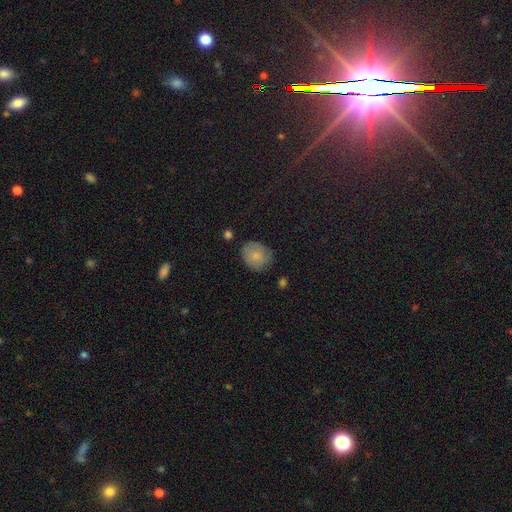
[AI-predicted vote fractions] A smooth galaxy with no disk features (78%) that is round (62%).

Vote fractions:
- Smooth or featured? smooth: 78% / featured or disk: 14% / star or artifact: 8%
- How rounded? round: 62% / in between: 37% / cigar-shaped: 1%
- Merging? none: 74% / minor disturbance: 20% / major disturbance: 5% / merger: 2%